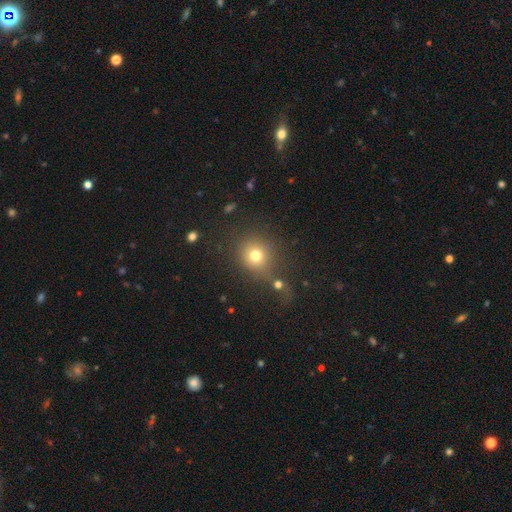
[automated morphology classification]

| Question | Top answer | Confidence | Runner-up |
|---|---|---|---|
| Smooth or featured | smooth | 74% | star or artifact (16%) |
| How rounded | round | 85% | in between (14%) |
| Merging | none | 64% | merger (17%) |